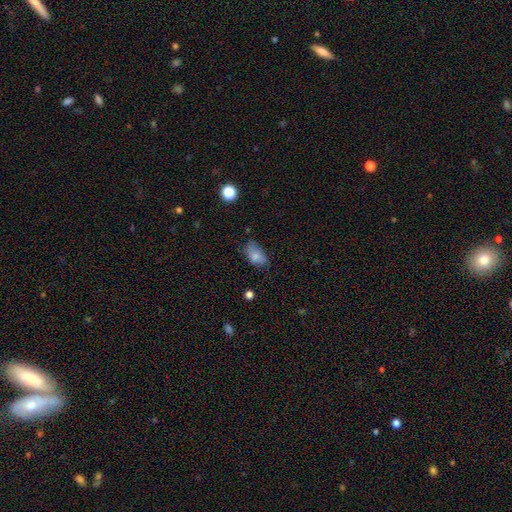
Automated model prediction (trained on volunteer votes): Q: Smooth or featured?
A: smooth (77%); runner-up: featured or disk (13%)
Q: How rounded?
A: in between (89%); runner-up: round (9%)
Q: Merging?
A: none (53%); runner-up: minor disturbance (32%)